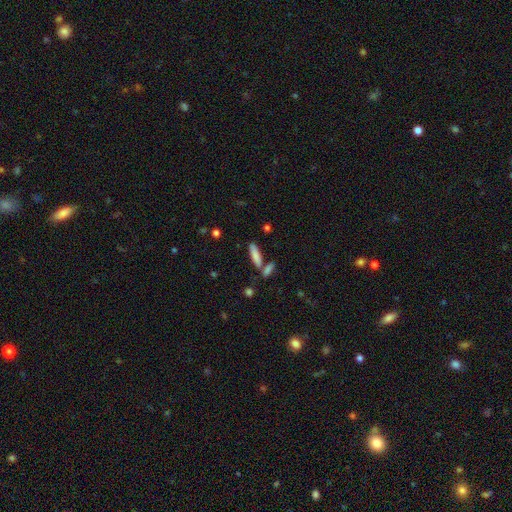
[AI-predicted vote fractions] smooth-or-featured: smooth: 81% | featured or disk: 12% | star or artifact: 7%
  how-rounded: cigar-shaped: 64% | in between: 34% | round: 2%
  merging: none: 68% | merger: 18% | minor disturbance: 11% | major disturbance: 3%